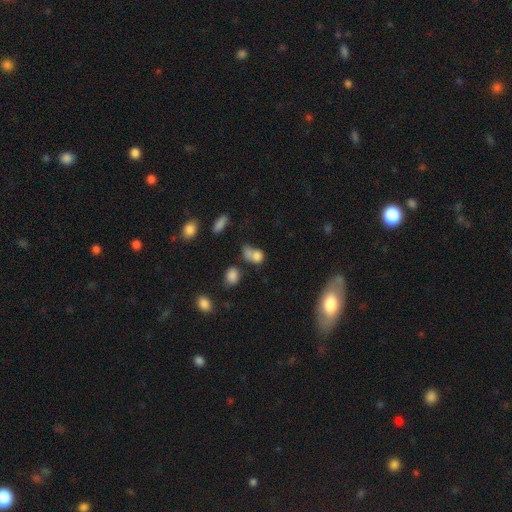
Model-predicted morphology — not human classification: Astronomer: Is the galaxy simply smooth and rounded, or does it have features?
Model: smooth — 75%.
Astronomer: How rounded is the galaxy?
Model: in between — 50% (runner-up: round, 48%).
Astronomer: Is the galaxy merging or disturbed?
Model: merger — 43% (runner-up: none, 29%).